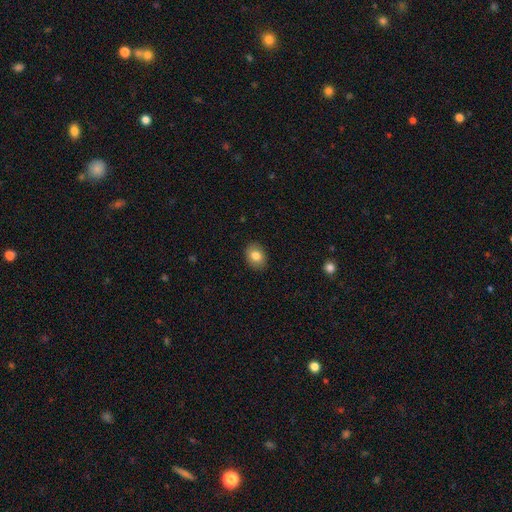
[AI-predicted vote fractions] This is clearly a smooth galaxy (82%). How rounded: likely in between (67%). Merging: clearly none (88%).